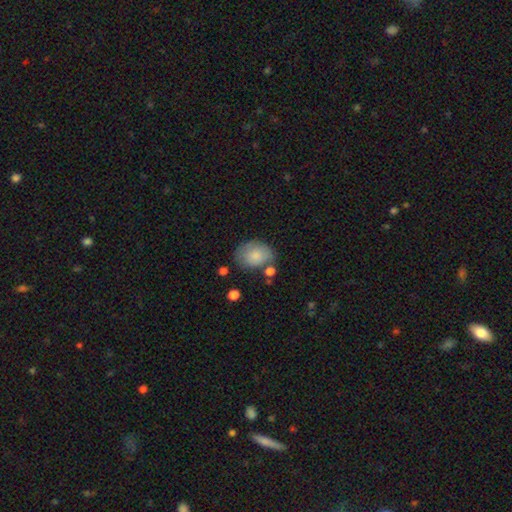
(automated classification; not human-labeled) smooth 81%, featured or disk 12%, star or artifact 7%. Down the decision tree: how rounded — in between (68%); merging — none (60%).